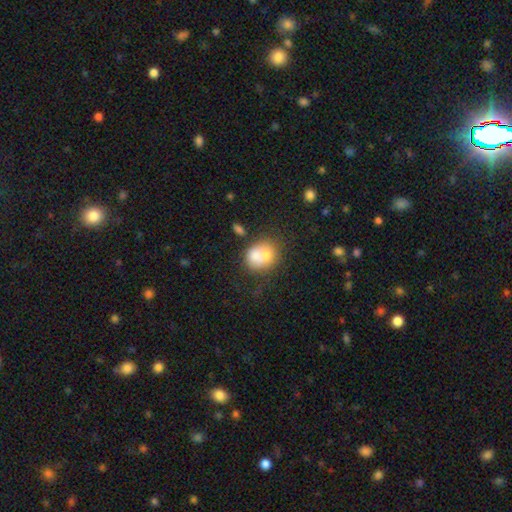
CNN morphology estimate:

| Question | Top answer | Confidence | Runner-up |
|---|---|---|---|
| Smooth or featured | smooth | 70% | featured or disk (21%) |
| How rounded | round | 67% | in between (32%) |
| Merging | merger | 51% | none (32%) |